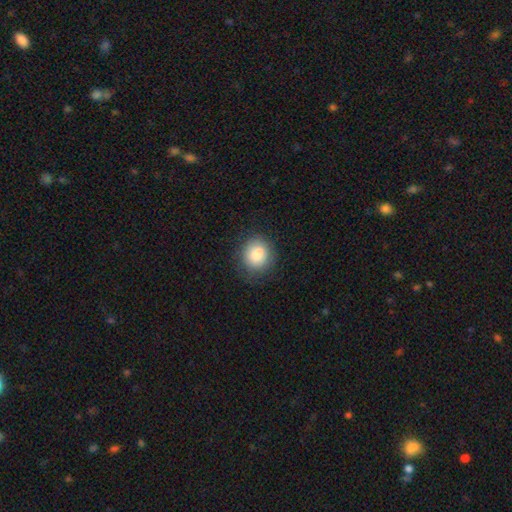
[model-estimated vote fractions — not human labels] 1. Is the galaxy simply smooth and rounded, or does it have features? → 85% smooth, 8% star or artifact, 7% featured or disk.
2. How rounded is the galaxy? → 79% round, 20% in between, 1% cigar-shaped.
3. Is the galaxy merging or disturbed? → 82% none, 13% minor disturbance, 4% major disturbance, 1% merger.